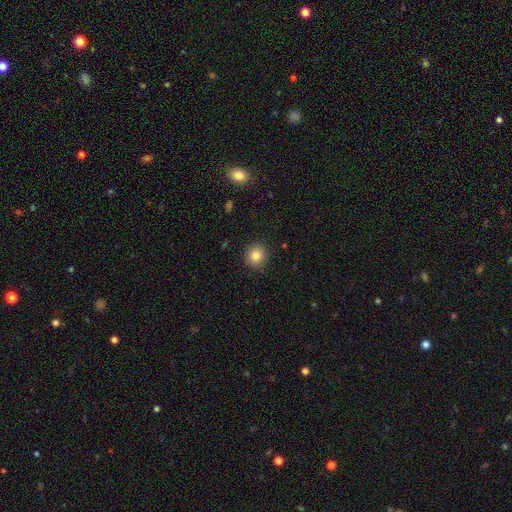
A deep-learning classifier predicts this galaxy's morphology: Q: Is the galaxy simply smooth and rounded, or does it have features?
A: smooth — 82%.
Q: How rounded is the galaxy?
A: round — 92%.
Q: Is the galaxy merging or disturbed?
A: none — 92%.